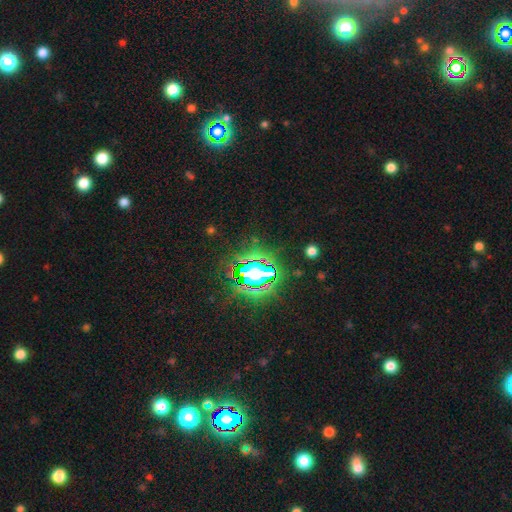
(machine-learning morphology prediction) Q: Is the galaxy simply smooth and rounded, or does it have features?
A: star or artifact — 82%.